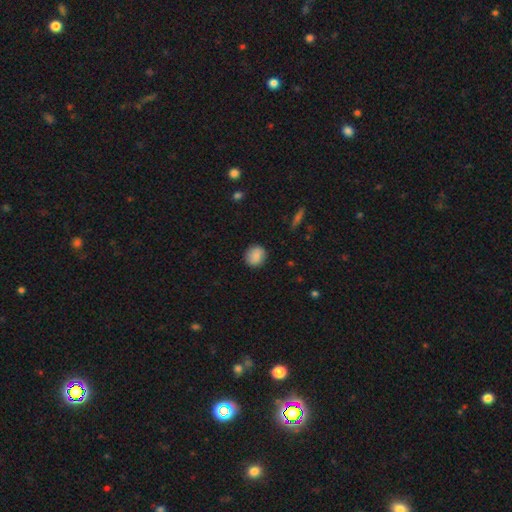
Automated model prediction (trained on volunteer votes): Overall: smooth (85%). How rounded: round (84%). Merging: none (88%).